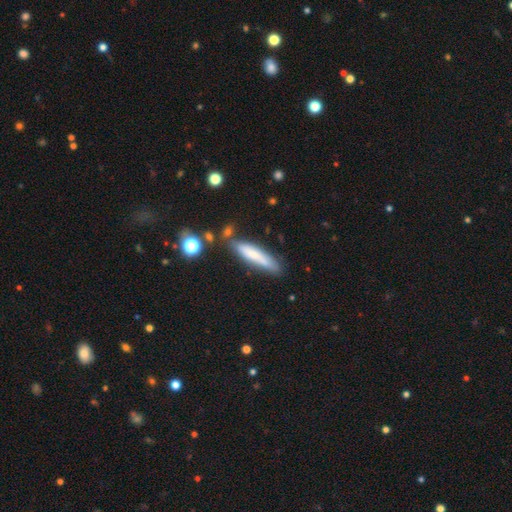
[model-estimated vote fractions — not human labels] Smooth or featured?
  - smooth: 67% *
  - featured or disk: 26%
  - star or artifact: 7%
How rounded?
  - cigar-shaped: 85% *
  - in between: 14%
  - round: 2%
Merging?
  - none: 72% *
  - minor disturbance: 17%
  - merger: 7%
  - major disturbance: 4%